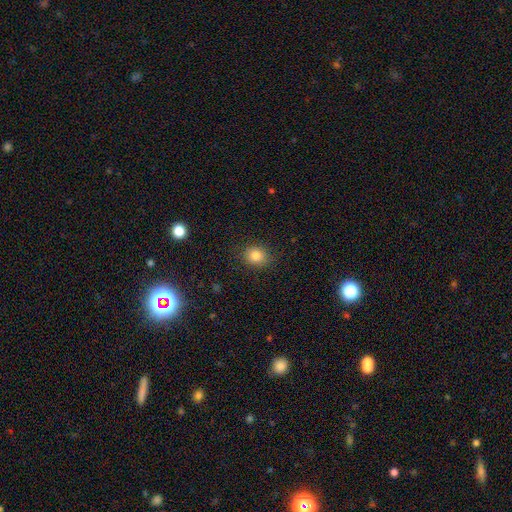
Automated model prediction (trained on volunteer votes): Smooth or featured? smooth (83%)
How rounded? round (70%)
Merging? none (86%)